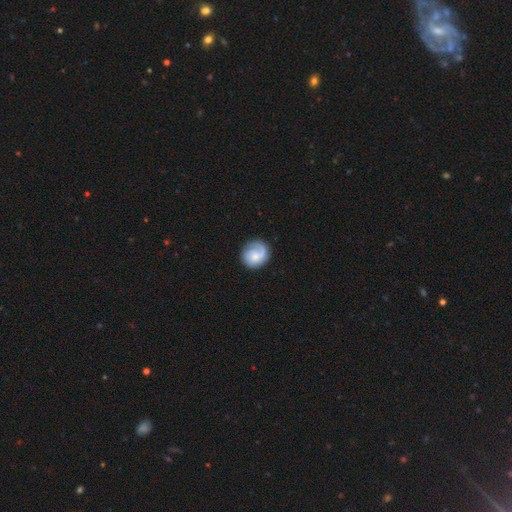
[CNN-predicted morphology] Smooth or featured? featured or disk (53%)
Edge-on disk? no (98%)
Bar? no (72%)
Spiral arms? yes (86%)
Bulge size? small (51%)
Merging? none (72%)